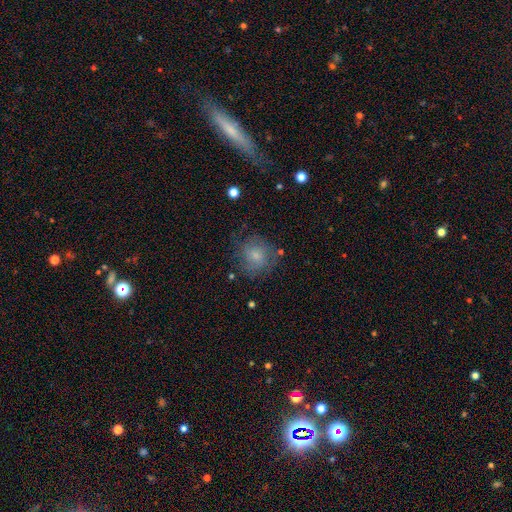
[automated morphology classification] smooth 66%, featured or disk 24%, star or artifact 9%. Down the decision tree: how rounded — round (85%); merging — none (66%).